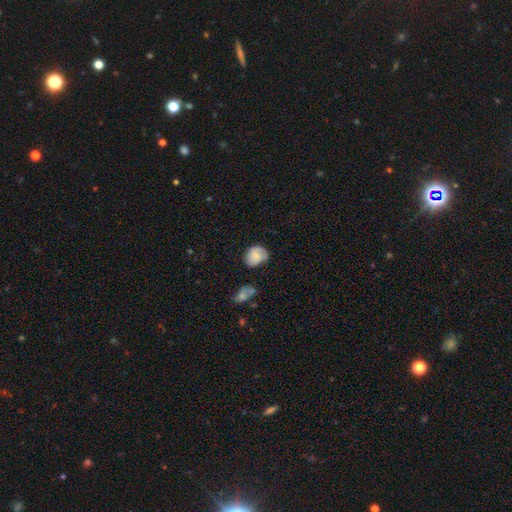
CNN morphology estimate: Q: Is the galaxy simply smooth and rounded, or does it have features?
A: smooth — 60%.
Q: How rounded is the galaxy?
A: round — 53%.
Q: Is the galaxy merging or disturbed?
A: none — 58%.